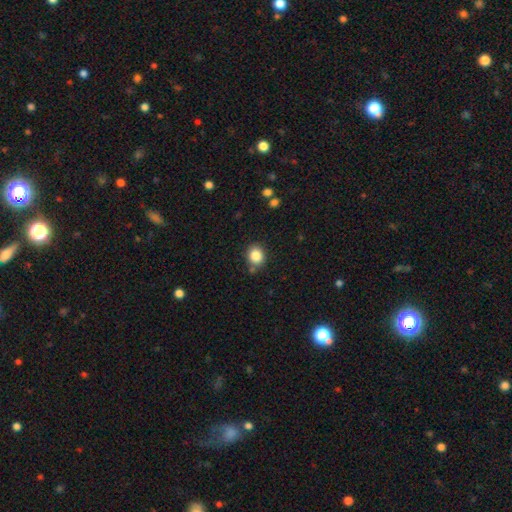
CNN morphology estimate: smooth_or_featured: smooth (p=0.85) [alt: star or artifact p=0.10]
how_rounded: round (p=0.68) [alt: in between p=0.31]
merging: none (p=0.81) [alt: minor disturbance p=0.11]